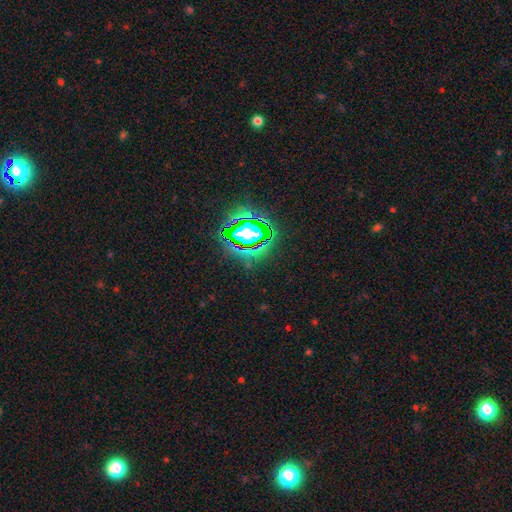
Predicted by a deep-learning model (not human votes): A star or artifact, not a galaxy (78%).